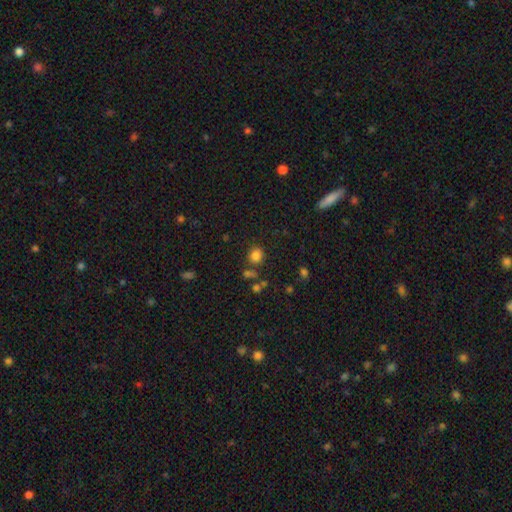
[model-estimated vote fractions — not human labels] smooth 80%, star or artifact 15%, featured or disk 5%. Down the decision tree: how rounded — round (75%); merging — none (75%).